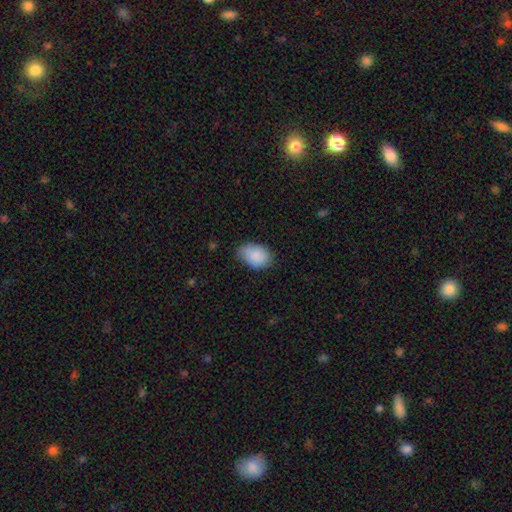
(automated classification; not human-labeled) Smooth or featured?
  - smooth: 88% *
  - star or artifact: 7%
  - featured or disk: 5%
How rounded?
  - in between: 84% *
  - round: 15%
  - cigar-shaped: 1%
Merging?
  - none: 71% *
  - minor disturbance: 24%
  - major disturbance: 4%
  - merger: 1%